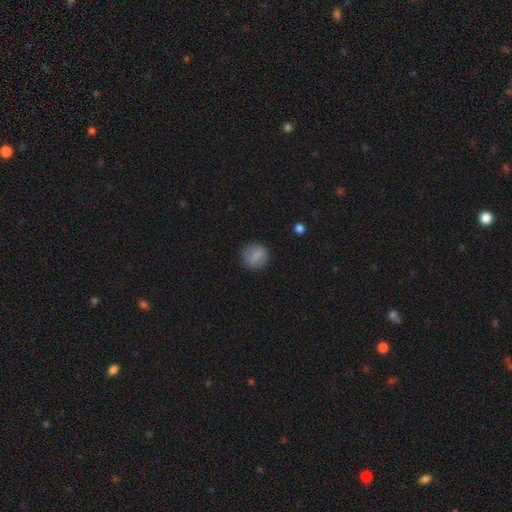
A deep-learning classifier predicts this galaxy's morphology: The model was most divided on "smooth or featured": smooth: 80%, featured or disk: 12%, star or artifact: 8%. More confident: merging — none (85%); how rounded — round (84%).